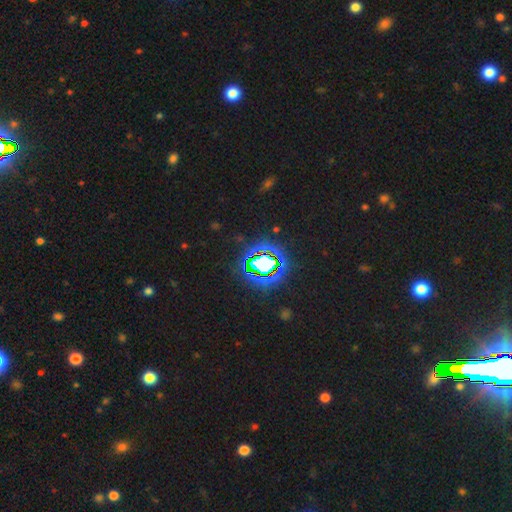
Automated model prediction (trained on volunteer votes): Smooth or featured: star or artifact — 79% (smooth — 13%)